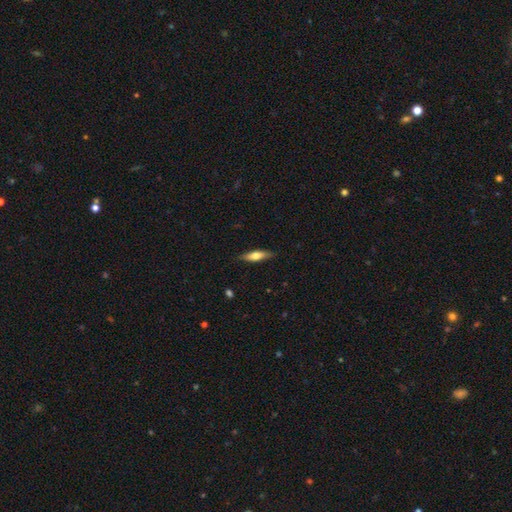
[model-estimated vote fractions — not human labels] smooth_or_featured: smooth (p=0.55) [alt: featured or disk p=0.39]
how_rounded: cigar-shaped (p=0.64) [alt: in between p=0.33]
merging: none (p=0.86) [alt: minor disturbance p=0.11]